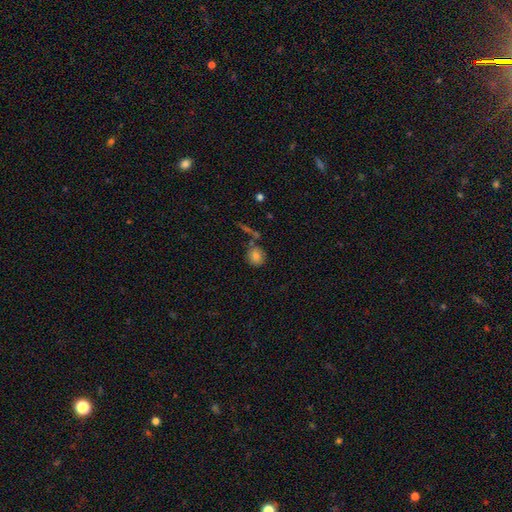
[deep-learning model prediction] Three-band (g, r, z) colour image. It shows a smooth galaxy with no disk features (79%) that is round (82%). Merging: none (70%).